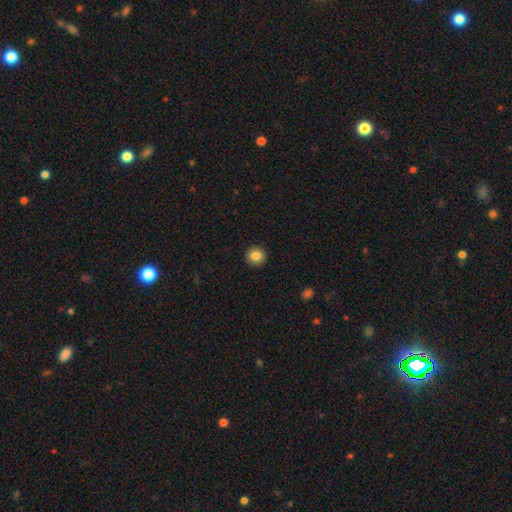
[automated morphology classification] Smooth or featured? Predicted: smooth (p=0.85). How rounded? Predicted: round (p=0.94). Merging? Predicted: none (p=0.93).